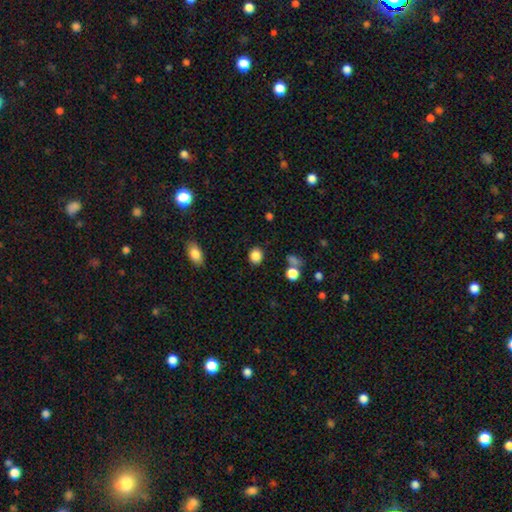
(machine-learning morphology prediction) smooth_or_featured: smooth (p=0.86) [alt: star or artifact p=0.11]
how_rounded: round (p=0.72) [alt: in between p=0.27]
merging: none (p=0.86) [alt: minor disturbance p=0.09]